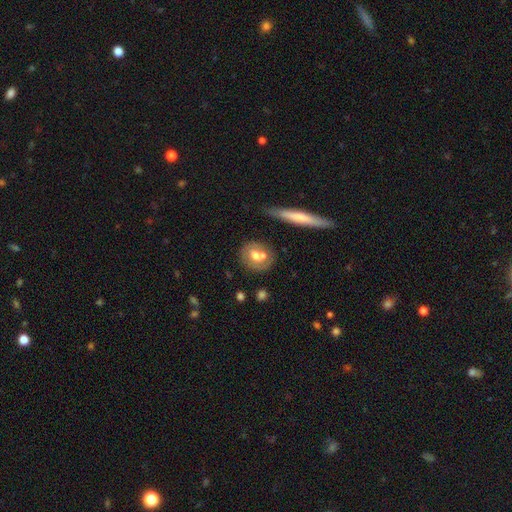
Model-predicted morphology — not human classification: smooth_or_featured: smooth (p=0.61) [alt: featured or disk p=0.31]
how_rounded: round (p=0.76) [alt: in between p=0.21]
merging: none (p=0.54) [alt: merger p=0.29]